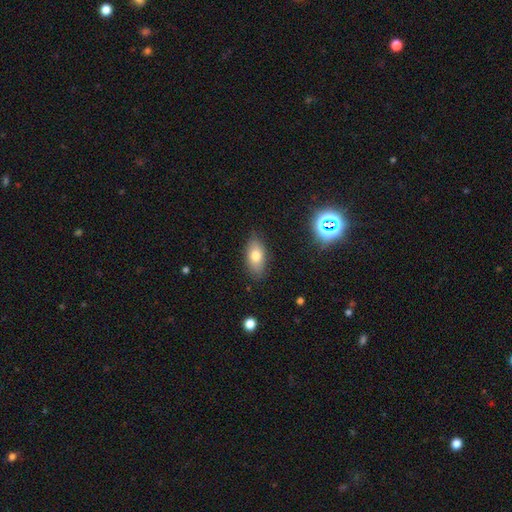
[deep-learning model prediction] This appears to be a smooth galaxy with no disk features (75%) that is in between round and cigar-shaped (89%). Merging: none (83%).